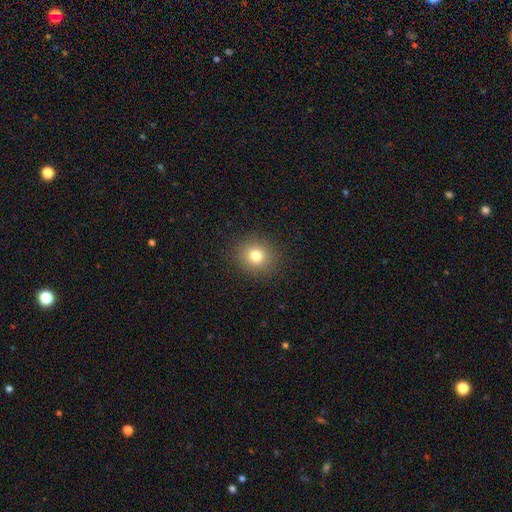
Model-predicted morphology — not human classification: smooth_or_featured: smooth (p=0.78) [alt: star or artifact p=0.13]
how_rounded: round (p=0.85) [alt: in between p=0.15]
merging: none (p=0.90) [alt: minor disturbance p=0.07]